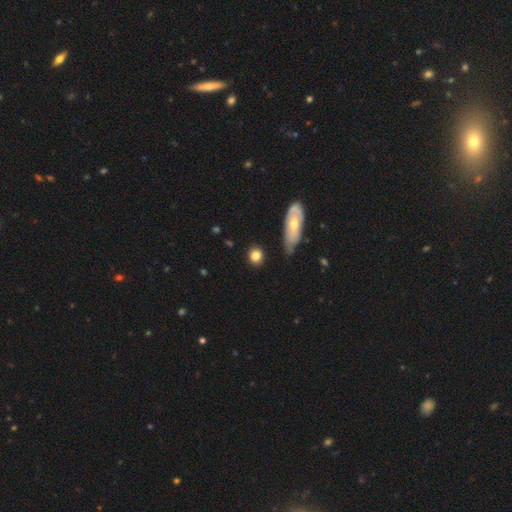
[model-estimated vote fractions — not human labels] This is clearly a smooth galaxy (82%). How rounded: likely round (76%). Merging: clearly none (80%).